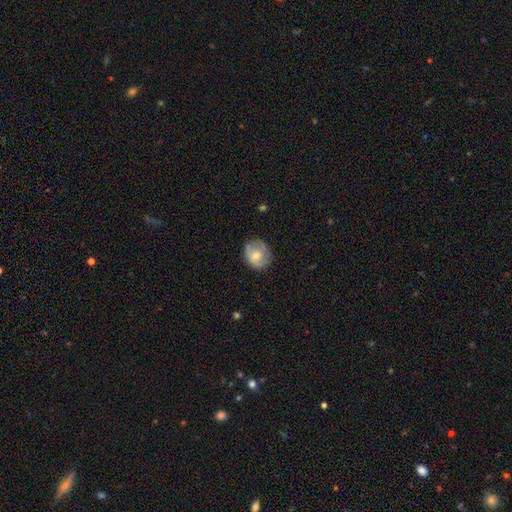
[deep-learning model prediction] Morphology: type=smooth (58%); roundness=round (62%); merging=none (66%).